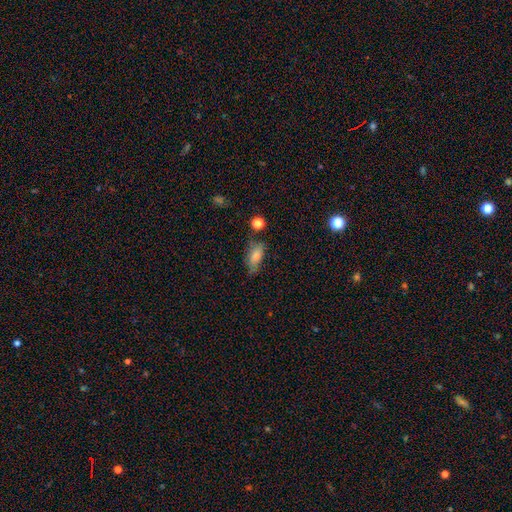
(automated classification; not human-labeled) Overall: smooth (73%). How rounded: in between (83%). Merging: none (61%; minor disturbance 26%).